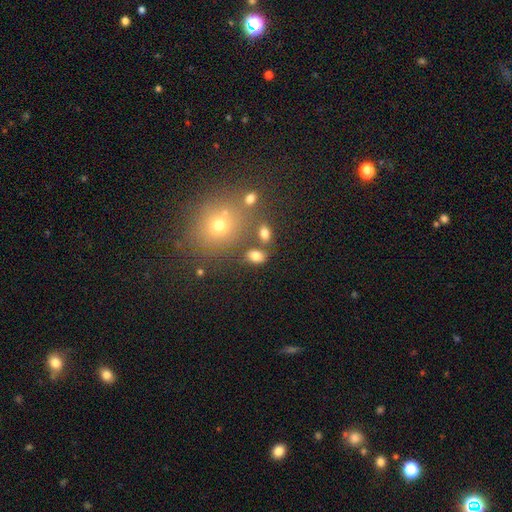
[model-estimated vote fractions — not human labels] A smooth galaxy with no disk features (78%) that is in between round and cigar-shaped (79%).

Vote fractions:
- Smooth or featured? smooth: 78% / star or artifact: 13% / featured or disk: 9%
- How rounded? in between: 79% / round: 19% / cigar-shaped: 2%
- Merging? none: 68% / merger: 14% / minor disturbance: 13% / major disturbance: 5%